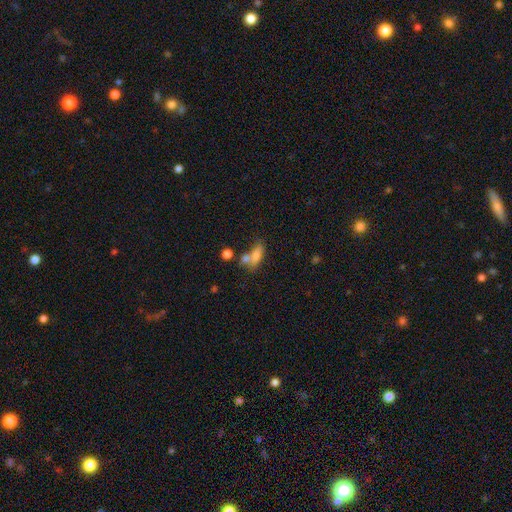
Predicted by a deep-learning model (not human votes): The model was most divided on "merging": none: 37%, merger: 36%, minor disturbance: 17%, major disturbance: 11%. More confident: smooth or featured — smooth (74%); how rounded — in between (70%).